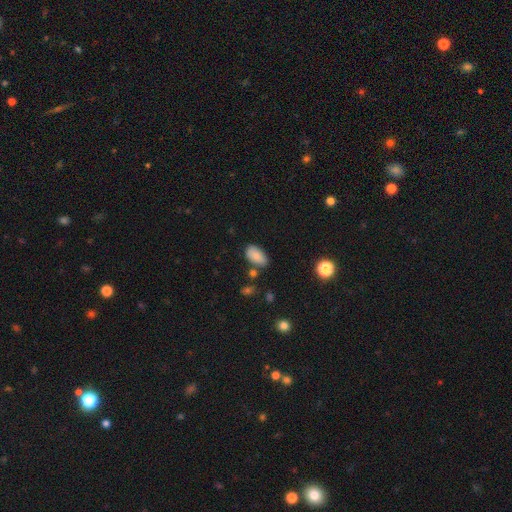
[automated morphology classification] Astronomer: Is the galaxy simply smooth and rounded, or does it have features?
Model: smooth — 84%.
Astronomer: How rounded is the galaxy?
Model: in between — 93%.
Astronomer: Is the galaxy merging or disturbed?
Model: none — 70%.